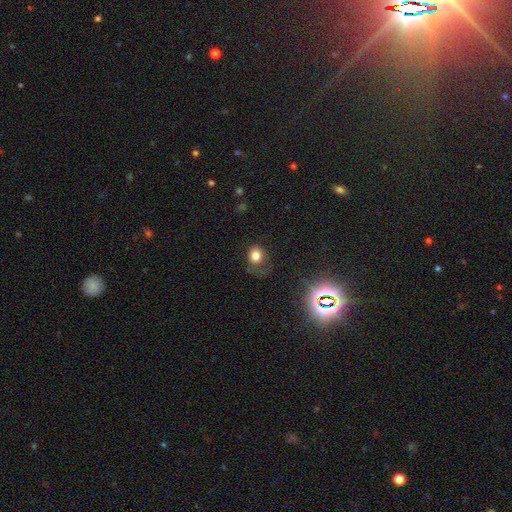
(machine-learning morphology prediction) A smooth galaxy with no disk features (75%) that is round (67%).

Vote fractions:
- Smooth or featured? smooth: 75% / star or artifact: 15% / featured or disk: 10%
- How rounded? round: 67% / in between: 32% / cigar-shaped: 1%
- Merging? none: 51% / minor disturbance: 24% / major disturbance: 23% / merger: 2%